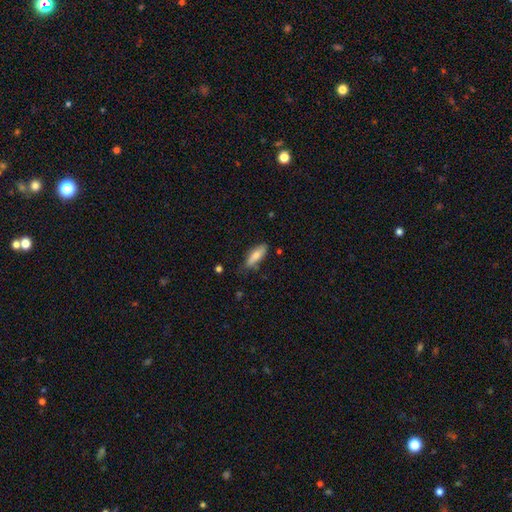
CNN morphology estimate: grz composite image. It shows a smooth galaxy with no disk features (77%) that is in between round and cigar-shaped (58%). Merging: none (71%).